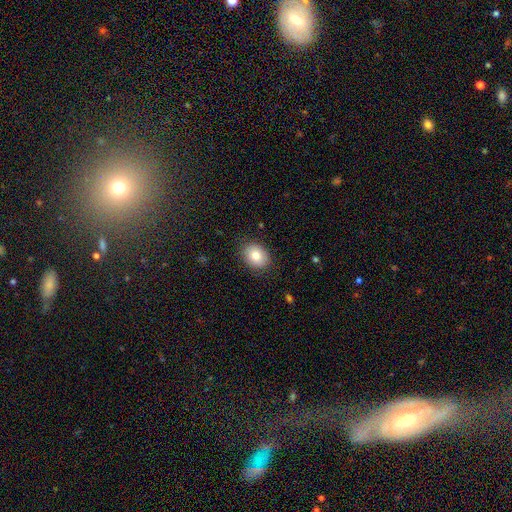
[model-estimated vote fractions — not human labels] A smooth galaxy with no disk features (81%) that is in between round and cigar-shaped (57%). Merging: none (86%).